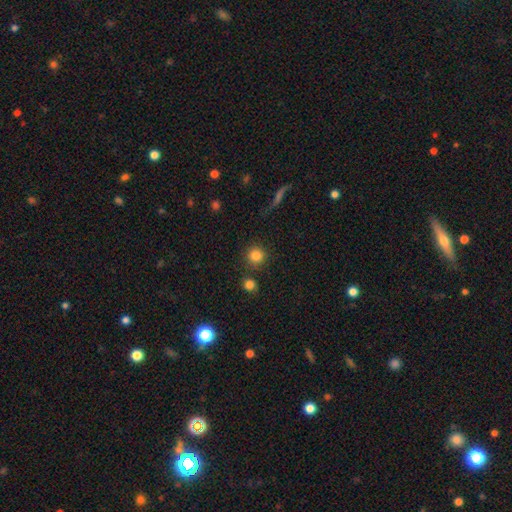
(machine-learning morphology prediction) smooth-or-featured: smooth: 83% | star or artifact: 11% | featured or disk: 6%
  how-rounded: round: 93% | in between: 6% | cigar-shaped: 1%
  merging: none: 82% | minor disturbance: 7% | merger: 7% | major disturbance: 3%